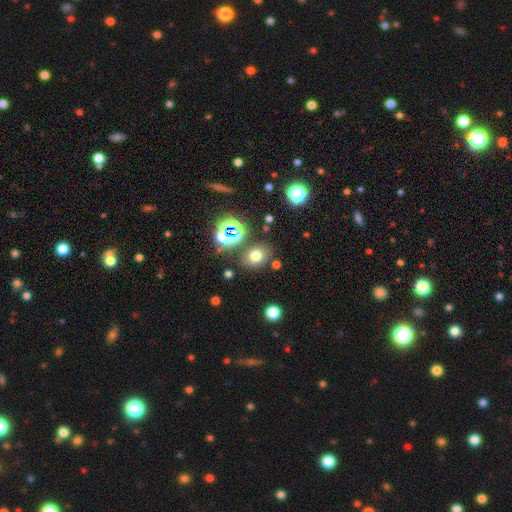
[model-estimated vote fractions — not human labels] A smooth galaxy with no disk features (69%) that is in between round and cigar-shaped (51%). Merging: none (78%).